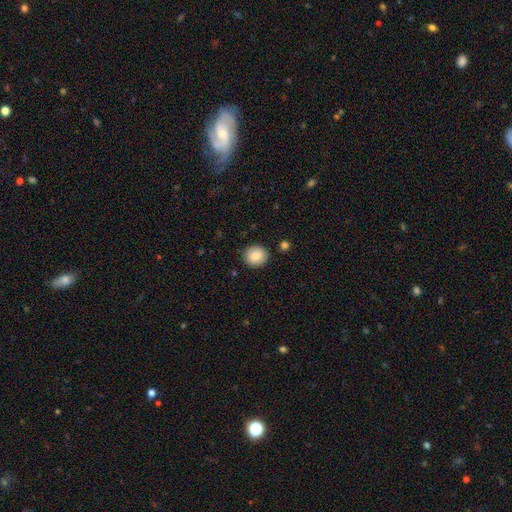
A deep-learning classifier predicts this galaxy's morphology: A smooth galaxy with no disk features (86%) that is round (82%). Merging: none (89%).